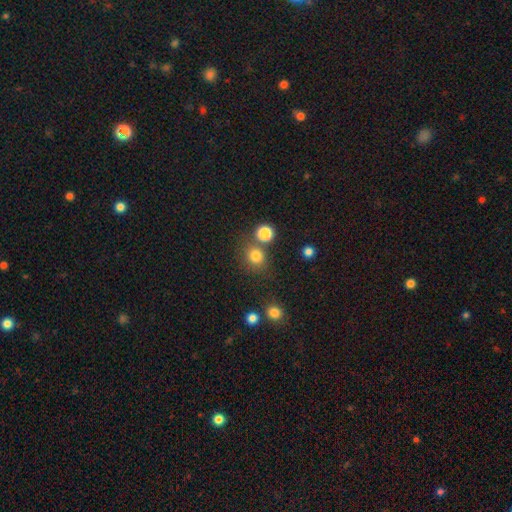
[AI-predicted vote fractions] A smooth galaxy with no disk features (79%) that is round (81%).

Vote fractions:
- Smooth or featured? smooth: 79% / star or artifact: 15% / featured or disk: 6%
- How rounded? round: 81% / in between: 18% / cigar-shaped: 1%
- Merging? none: 72% / merger: 14% / minor disturbance: 10% / major disturbance: 4%